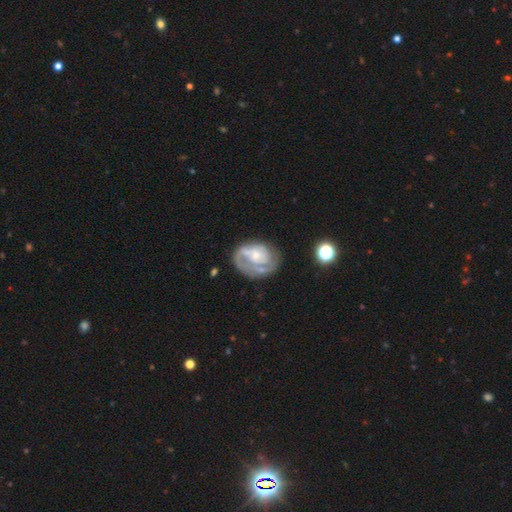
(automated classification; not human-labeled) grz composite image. It shows a featured or disk galaxy (70%) with no bar (74%), tight (51%) spiral arms (75%) and a small central bulge (64%). Merging: none (49%).